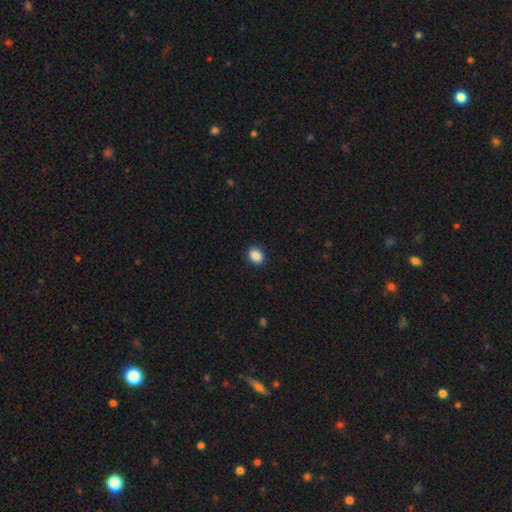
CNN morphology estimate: Q: Smooth or featured?
A: smooth (88%); runner-up: star or artifact (9%)
Q: How rounded?
A: in between (61%); runner-up: round (38%)
Q: Merging?
A: none (88%); runner-up: minor disturbance (9%)